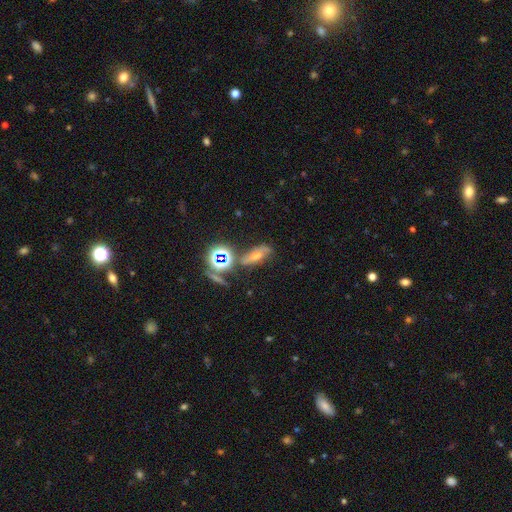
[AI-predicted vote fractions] Overall: featured or disk (36%; star or artifact 33%). Merging: none (64%).